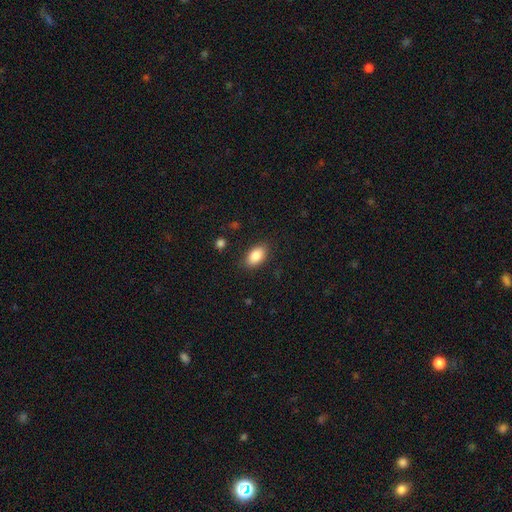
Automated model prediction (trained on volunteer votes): Smooth or featured? Predicted: smooth (p=0.85). How rounded? Predicted: in between (p=0.92). Merging? Predicted: none (p=0.86).